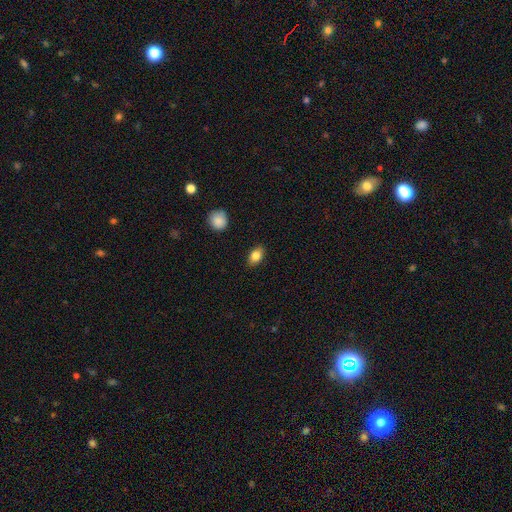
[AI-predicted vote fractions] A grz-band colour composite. It shows a smooth galaxy with no disk features (84%) that is in between round and cigar-shaped (85%). Merging: none (88%).